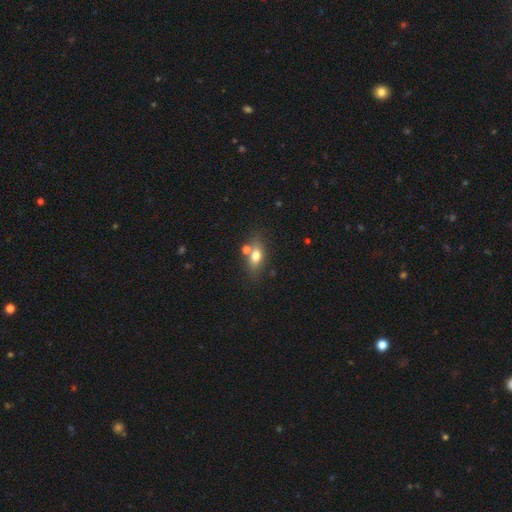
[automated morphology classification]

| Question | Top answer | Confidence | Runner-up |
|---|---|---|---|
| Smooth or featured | smooth | 69% | featured or disk (20%) |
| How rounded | in between | 76% | round (13%) |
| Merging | none | 64% | merger (18%) |